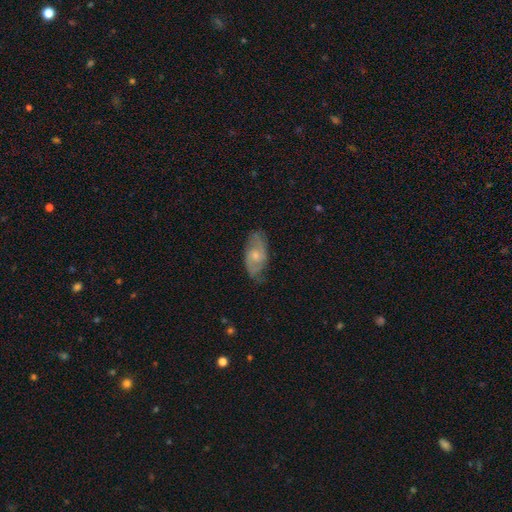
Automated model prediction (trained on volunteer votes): Smooth or featured: featured or disk — 67% (smooth — 27%)
Edge-on disk: no — 94% (yes — 6%)
Bar: no — 59% (weak — 36%)
Spiral arms: yes — 88% (no — 12%)
Spiral winding: medium — 49% (tight — 27%)
Spiral arm count: 2 — 82% (can't tell — 11%)
Bulge size: small — 50% (moderate — 43%)
Merging: none — 74% (minor disturbance — 20%)